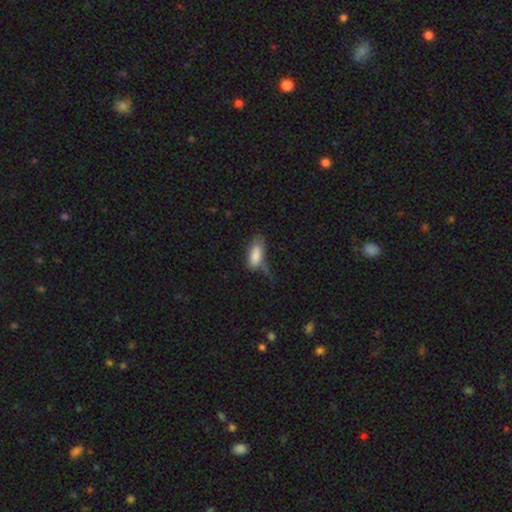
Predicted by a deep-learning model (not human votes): Morphology: type=smooth (82%); roundness=in between (82%); merging=none (39%).